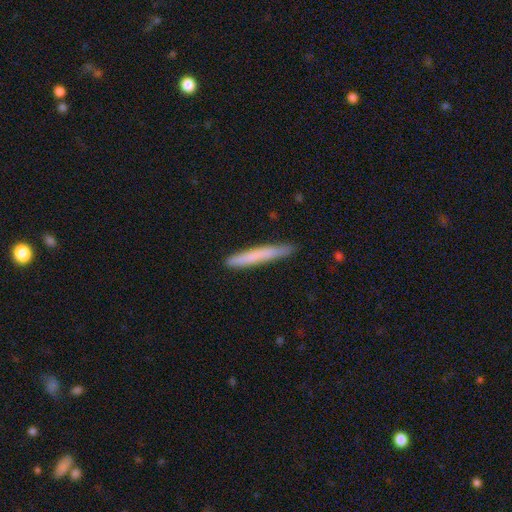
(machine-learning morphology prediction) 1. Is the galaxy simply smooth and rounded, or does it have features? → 72% smooth, 22% featured or disk, 6% star or artifact.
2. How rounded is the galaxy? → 96% cigar-shaped, 3% in between, 1% round.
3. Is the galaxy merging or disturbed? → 86% none, 11% minor disturbance, 2% major disturbance, 1% merger.